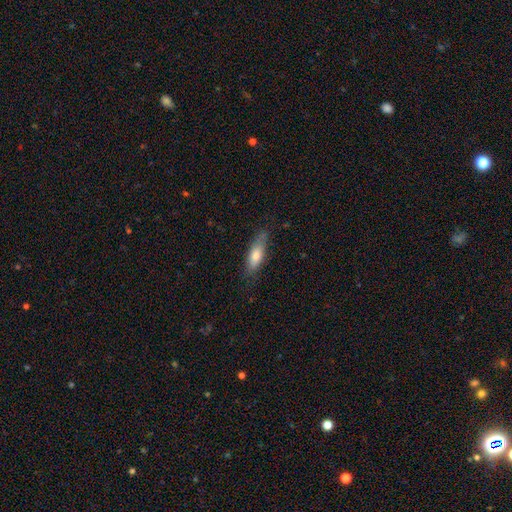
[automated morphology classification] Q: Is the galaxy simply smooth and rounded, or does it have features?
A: smooth — 72%.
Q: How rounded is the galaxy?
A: in between — 58%.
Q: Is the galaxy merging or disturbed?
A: none — 73%.